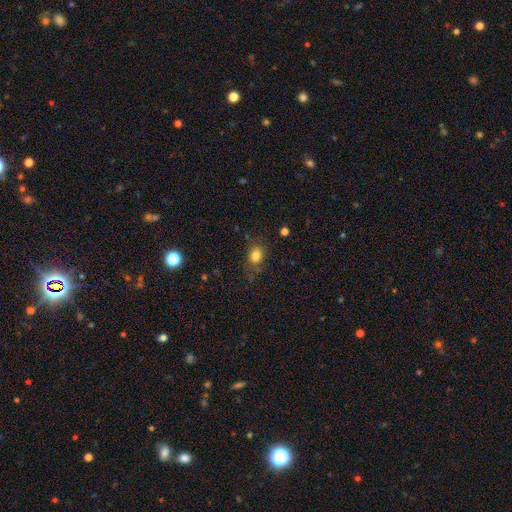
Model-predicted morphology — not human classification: type=smooth (80%); roundness=round (58%); merging=none (73%).